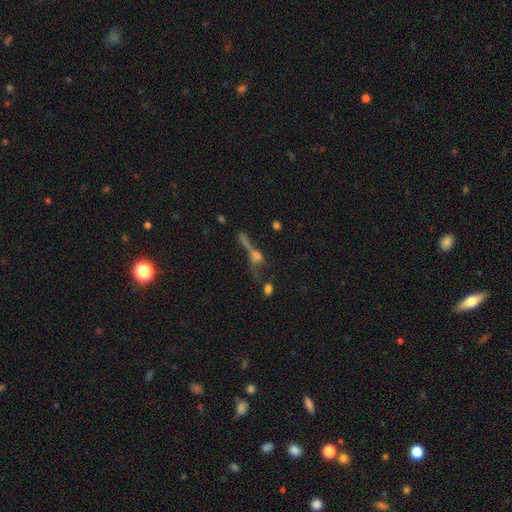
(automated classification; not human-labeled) Q: Smooth or featured?
A: featured or disk (39%); runner-up: star or artifact (33%)
Q: Merging?
A: none (45%); runner-up: merger (29%)